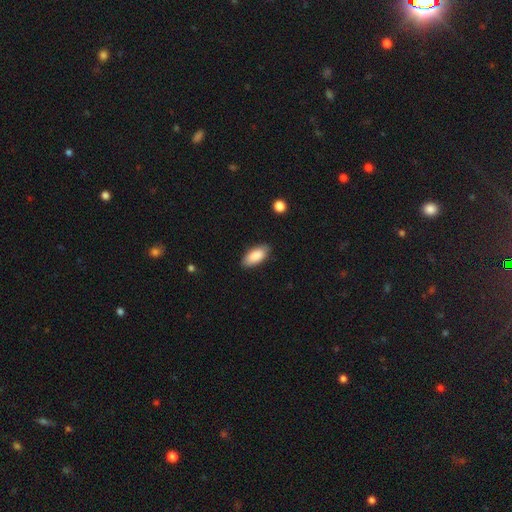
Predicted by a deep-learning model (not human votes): The model was most divided on "merging": none: 83%, minor disturbance: 14%, major disturbance: 2%, merger: 1%. More confident: how rounded — in between (90%); smooth or featured — smooth (87%).